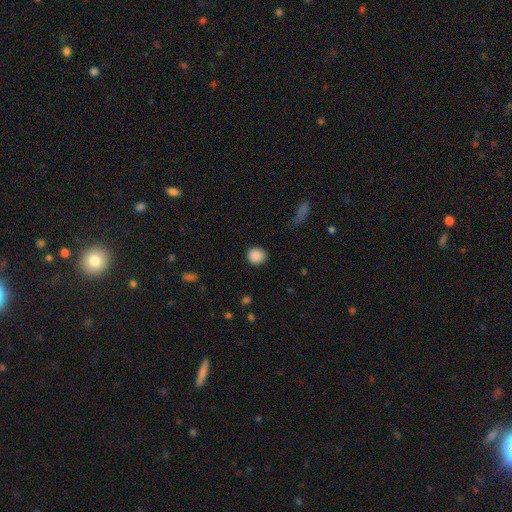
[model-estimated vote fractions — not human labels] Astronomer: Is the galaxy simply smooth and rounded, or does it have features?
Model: smooth — 89%.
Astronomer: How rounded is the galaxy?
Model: round — 86%.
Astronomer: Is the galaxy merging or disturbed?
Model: none — 89%.